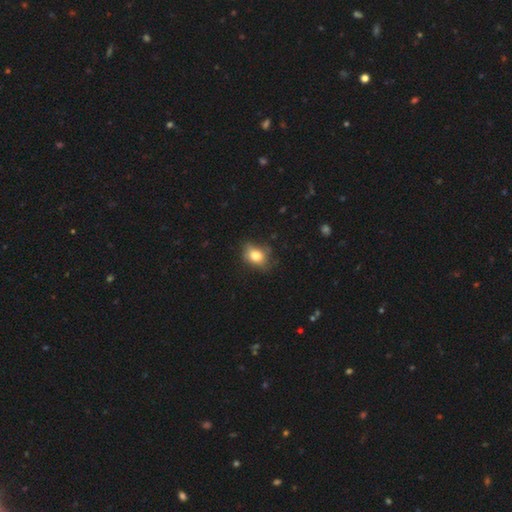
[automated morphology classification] Overall: smooth (75%). How rounded: in between (64%; round 34%). Merging: none (61%; minor disturbance 28%).